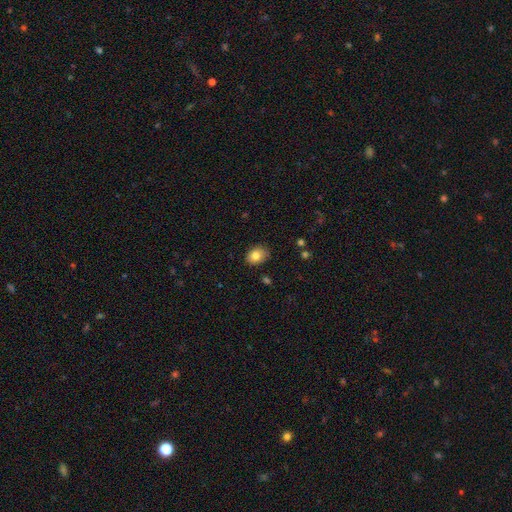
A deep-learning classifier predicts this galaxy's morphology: This is clearly a smooth galaxy (81%). How rounded: likely in between (64%). Merging: clearly none (81%).